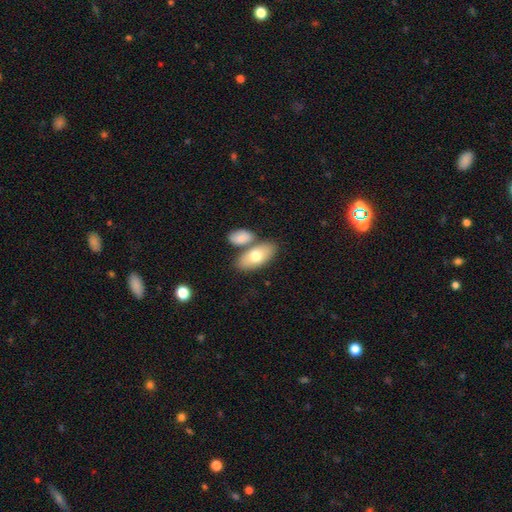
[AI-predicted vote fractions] Smooth or featured: smooth — 73% (featured or disk — 21%)
How rounded: in between — 92% (cigar-shaped — 5%)
Merging: none — 60% (merger — 27%)